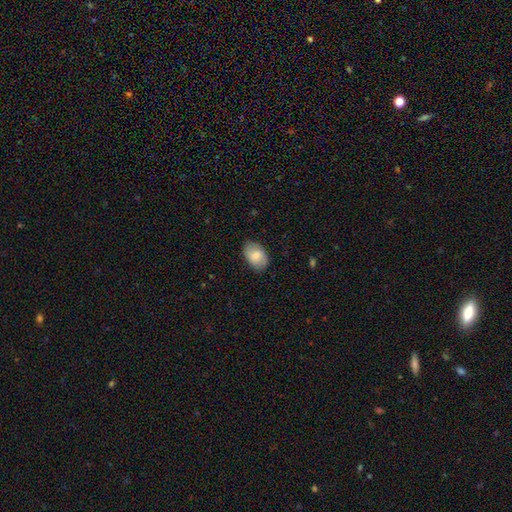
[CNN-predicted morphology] A smooth galaxy with no disk features (78%) that is in between round and cigar-shaped (89%).

Vote fractions:
- Smooth or featured? smooth: 78% / featured or disk: 15% / star or artifact: 6%
- How rounded? in between: 89% / round: 10% / cigar-shaped: 1%
- Merging? none: 82% / minor disturbance: 14% / major disturbance: 3% / merger: 1%